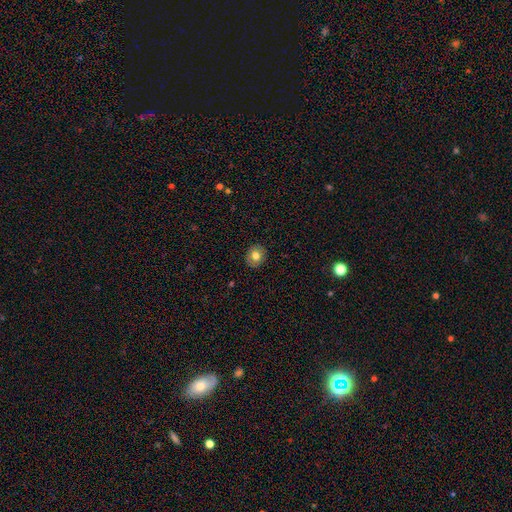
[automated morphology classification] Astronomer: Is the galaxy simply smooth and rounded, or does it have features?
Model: smooth — 74%.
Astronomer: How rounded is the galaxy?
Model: round — 70%.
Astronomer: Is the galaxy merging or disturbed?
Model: none — 89%.